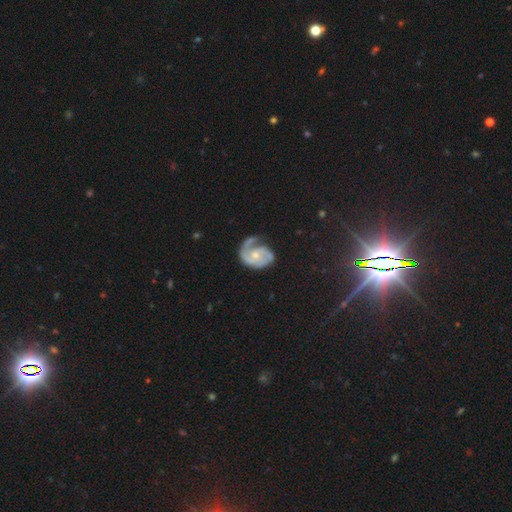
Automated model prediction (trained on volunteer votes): The model was most divided on "spiral winding": medium: 44%, tight: 37%, loose: 19%. More confident: edge-on disk — no (98%); spiral arms — yes (95%); smooth or featured — featured or disk (85%); bar — no (69%); bulge size — small (57%); spiral arm count — 2 (56%); merging — none (51%).